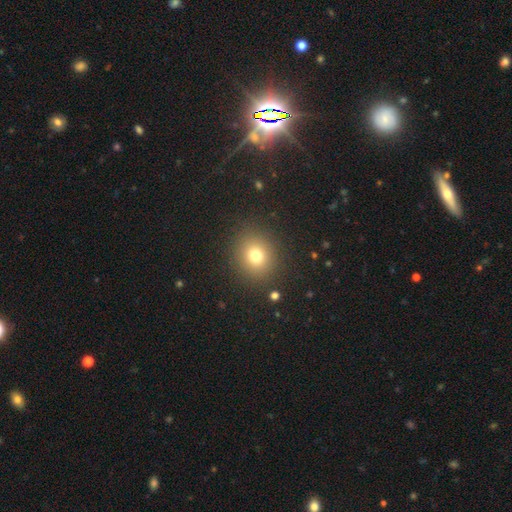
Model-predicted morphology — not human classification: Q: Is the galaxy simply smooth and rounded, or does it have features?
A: smooth — 75%.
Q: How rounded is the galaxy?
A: round — 80%.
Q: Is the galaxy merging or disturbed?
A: none — 88%.